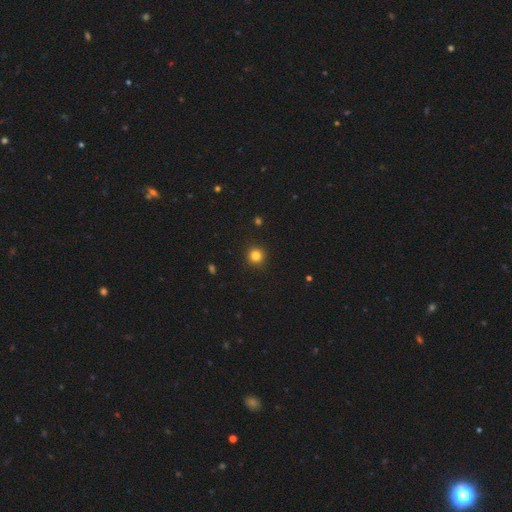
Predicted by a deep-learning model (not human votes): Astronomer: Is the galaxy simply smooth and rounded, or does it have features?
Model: smooth — 83%.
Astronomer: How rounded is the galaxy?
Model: round — 95%.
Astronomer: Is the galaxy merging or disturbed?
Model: none — 93%.